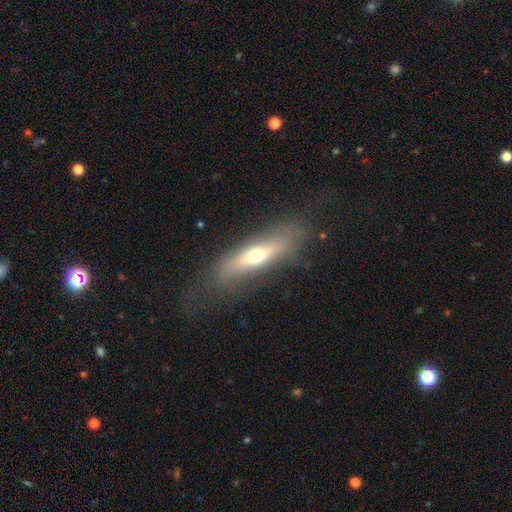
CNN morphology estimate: smooth 49%, featured or disk 42%, star or artifact 9%. Down the decision tree: merging — none (73%).